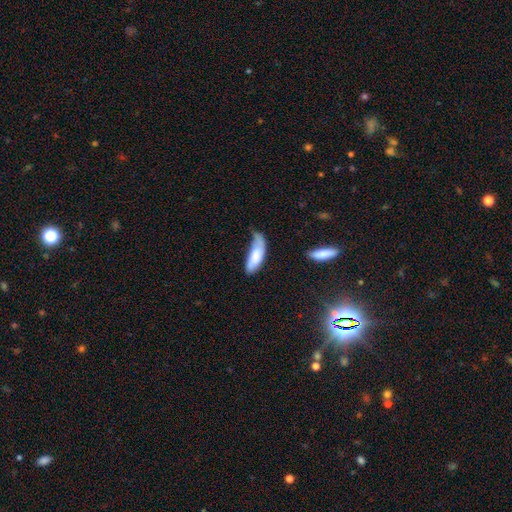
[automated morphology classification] smooth-or-featured: smooth: 77% | featured or disk: 17% | star or artifact: 6%
  how-rounded: in between: 64% | cigar-shaped: 35% | round: 2%
  merging: minor disturbance: 43% | none: 30% | major disturbance: 21% | merger: 6%